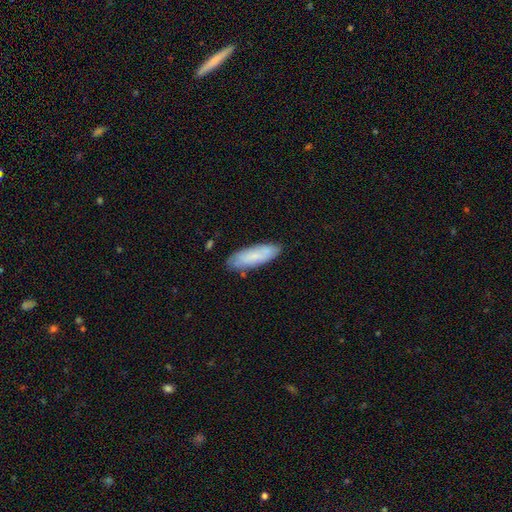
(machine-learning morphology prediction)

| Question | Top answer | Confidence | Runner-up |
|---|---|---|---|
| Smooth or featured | smooth | 77% | featured or disk (17%) |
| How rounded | in between | 53% | cigar-shaped (46%) |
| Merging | none | 82% | minor disturbance (14%) |